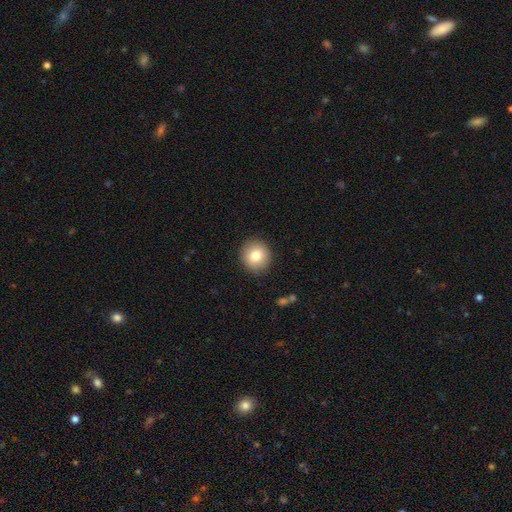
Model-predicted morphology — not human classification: This appears to be a smooth galaxy with no disk features (80%) that is round (91%). Merging: none (90%).